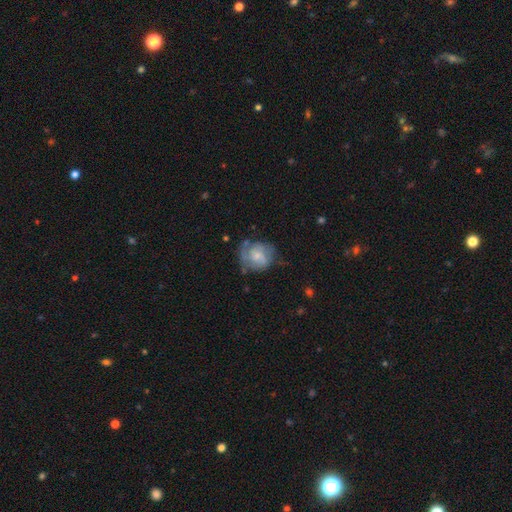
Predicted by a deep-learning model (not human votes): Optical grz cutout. It shows a featured or disk galaxy (50%). Merging: none (51%).